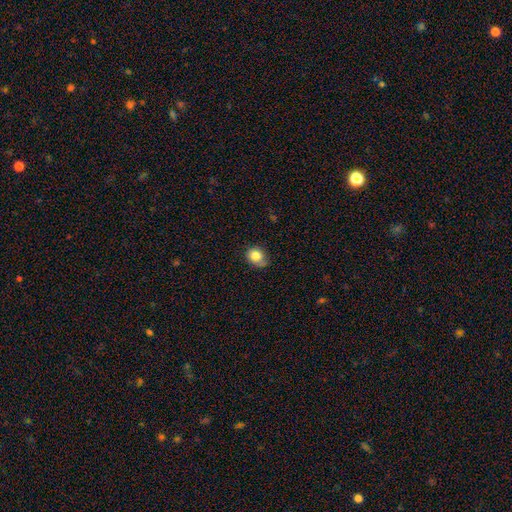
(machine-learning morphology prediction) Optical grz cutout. It shows a smooth galaxy with no disk features (81%) that is round (66%). Merging: none (60%).